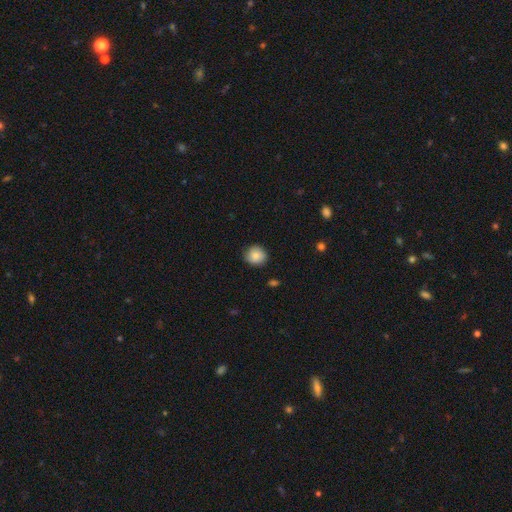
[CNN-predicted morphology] This appears to be a smooth galaxy with no disk features (84%) that is round (88%). Merging: none (84%).